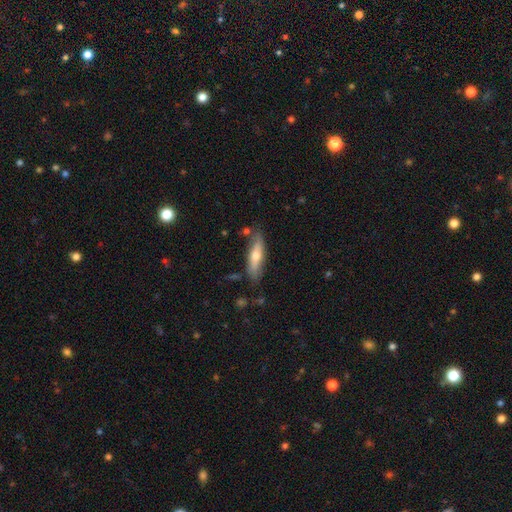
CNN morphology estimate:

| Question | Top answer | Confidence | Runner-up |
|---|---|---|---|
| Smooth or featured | smooth | 54% | featured or disk (40%) |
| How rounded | cigar-shaped | 64% | in between (34%) |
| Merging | none | 77% | minor disturbance (16%) |